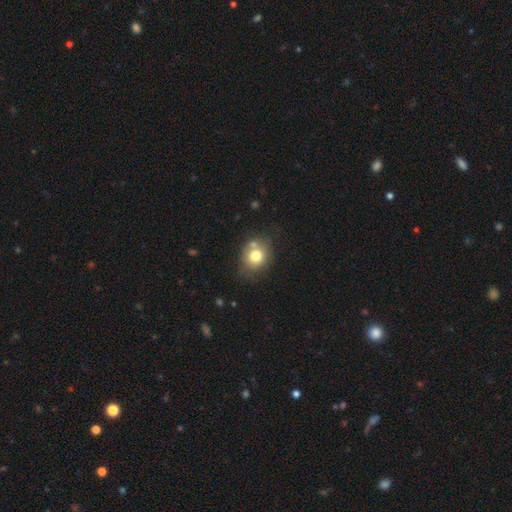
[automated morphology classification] A smooth galaxy with no disk features (75%) that is round (67%).

Vote fractions:
- Smooth or featured? smooth: 75% / featured or disk: 15% / star or artifact: 10%
- How rounded? round: 67% / in between: 32% / cigar-shaped: 1%
- Merging? none: 60% / minor disturbance: 18% / merger: 16% / major disturbance: 6%